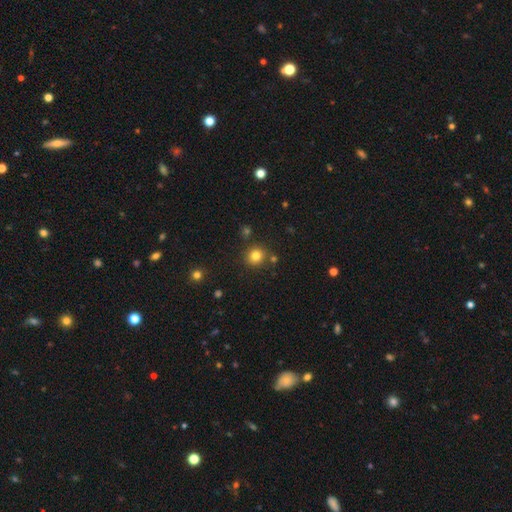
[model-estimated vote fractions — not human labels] Overall: smooth (80%). How rounded: round (90%). Merging: none (84%).